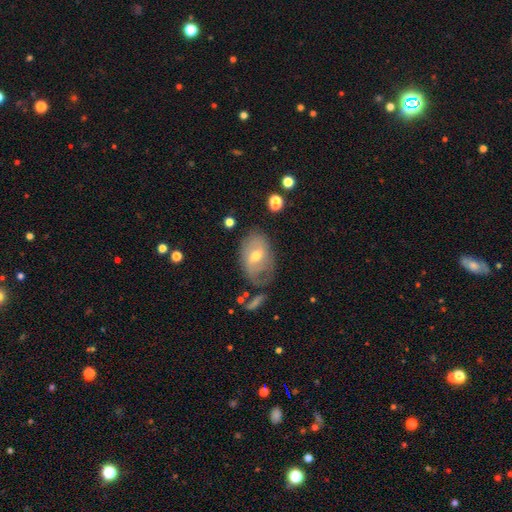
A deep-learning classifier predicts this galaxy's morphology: Q: Smooth or featured?
A: featured or disk (54%); runner-up: smooth (37%)
Q: Edge-on disk?
A: no (92%); runner-up: yes (8%)
Q: Bar?
A: weak (45%); runner-up: no (39%)
Q: Spiral arms?
A: yes (61%); runner-up: no (39%)
Q: Bulge size?
A: moderate (56%); runner-up: small (39%)
Q: Merging?
A: none (55%); runner-up: minor disturbance (27%)